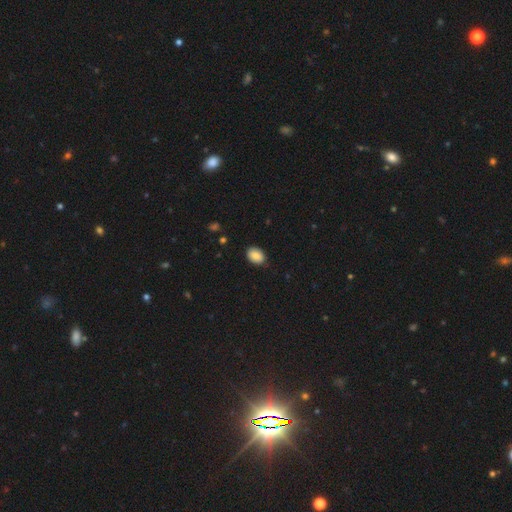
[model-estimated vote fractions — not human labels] smooth 86%, star or artifact 8%, featured or disk 6%. Down the decision tree: how rounded — in between (72%); merging — none (86%).